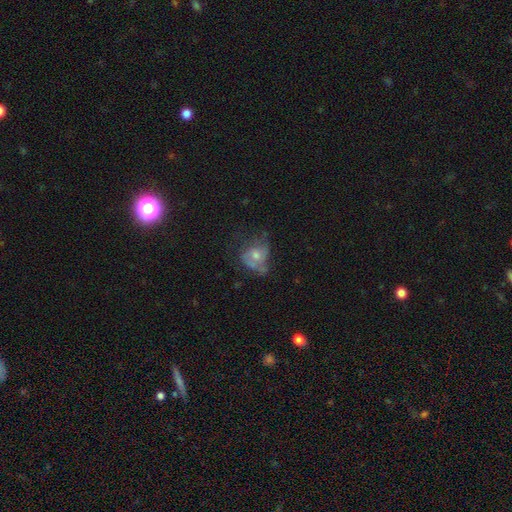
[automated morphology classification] A featured or disk galaxy (54%) with no bar (78%), spiral arms (61%) and a moderate central bulge (57%).

Vote fractions:
- Smooth or featured? featured or disk: 54% / smooth: 32% / star or artifact: 14%
- Edge-on disk? no: 96% / yes: 4%
- Bar? no: 78% / weak: 19% / strong: 3%
- Spiral arms? yes: 61% / no: 39%
- Bulge size? moderate: 57% / small: 32% / large: 5% / none: 4% / dominant: 1%
- Merging? none: 40% / major disturbance: 29% / minor disturbance: 26% / merger: 5%